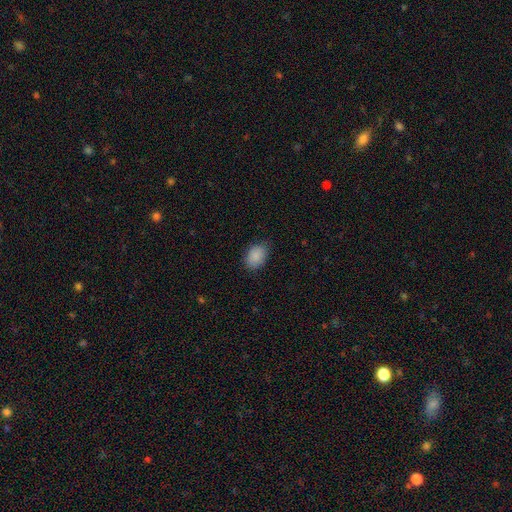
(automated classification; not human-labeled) smooth-or-featured: smooth: 89% | star or artifact: 7% | featured or disk: 3%
  how-rounded: in between: 79% | round: 20% | cigar-shaped: 1%
  merging: none: 80% | minor disturbance: 16% | major disturbance: 3% | merger: 1%